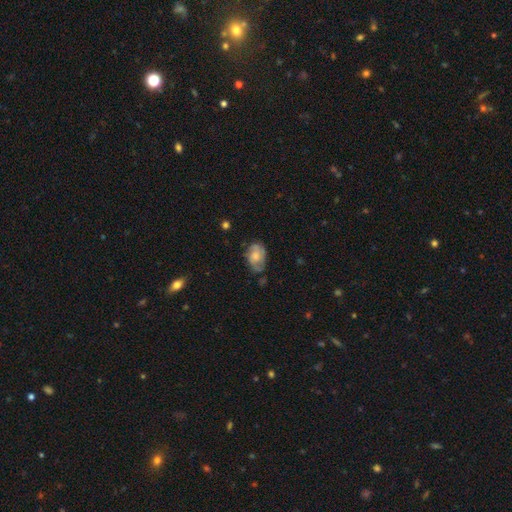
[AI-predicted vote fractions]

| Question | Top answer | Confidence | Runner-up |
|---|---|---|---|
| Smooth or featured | smooth | 47% | featured or disk (45%) |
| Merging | none | 59% | minor disturbance (29%) |